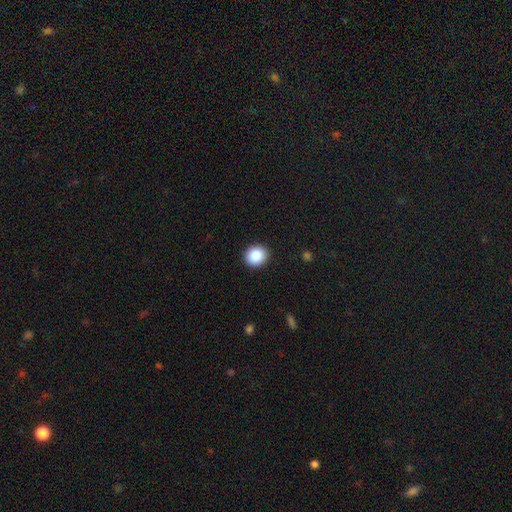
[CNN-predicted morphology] Smooth or featured?
  - smooth: 89% *
  - star or artifact: 8%
  - featured or disk: 3%
How rounded?
  - round: 79% *
  - in between: 20%
  - cigar-shaped: 1%
Merging?
  - none: 91% *
  - minor disturbance: 6%
  - major disturbance: 2%
  - merger: 1%